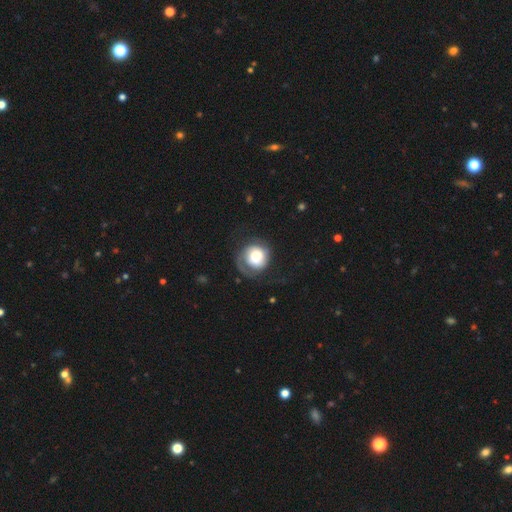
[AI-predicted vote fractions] Morphology: type=featured or disk (52%); edge-on=no (97%); bar=no (74%); spiral arms=yes (82%); bulge=large (40%); merging=none (52%).